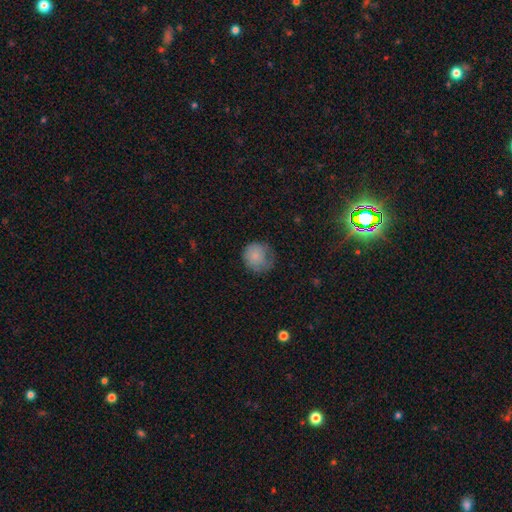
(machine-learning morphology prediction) Overall: smooth (81%). How rounded: round (87%). Merging: none (56%; minor disturbance 30%).